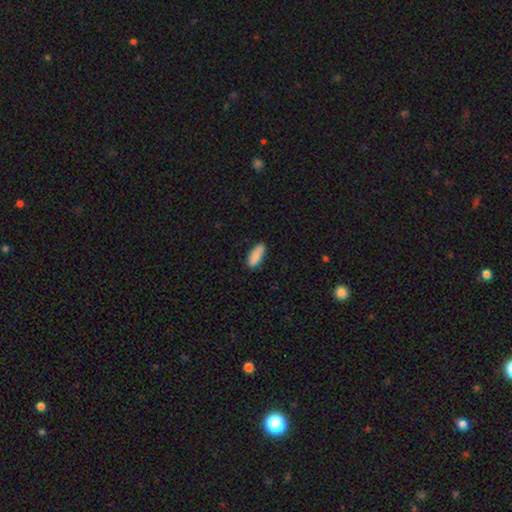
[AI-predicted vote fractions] Q: Smooth or featured?
A: smooth (88%); runner-up: star or artifact (6%)
Q: How rounded?
A: in between (73%); runner-up: cigar-shaped (25%)
Q: Merging?
A: none (82%); runner-up: minor disturbance (14%)